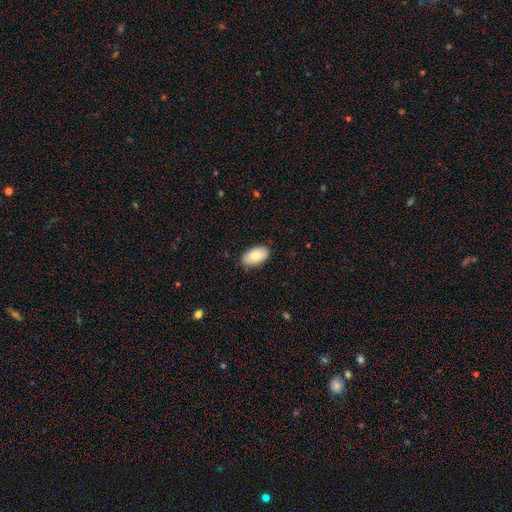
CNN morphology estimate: Smooth or featured: smooth — 78% (featured or disk — 16%)
How rounded: in between — 95% (round — 3%)
Merging: none — 86% (minor disturbance — 11%)